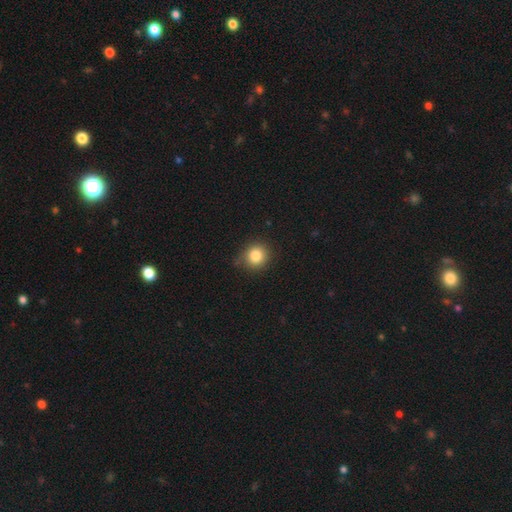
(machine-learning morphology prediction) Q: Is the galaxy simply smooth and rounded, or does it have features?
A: smooth — 83%.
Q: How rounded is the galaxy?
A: round — 85%.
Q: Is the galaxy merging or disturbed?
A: none — 78%.